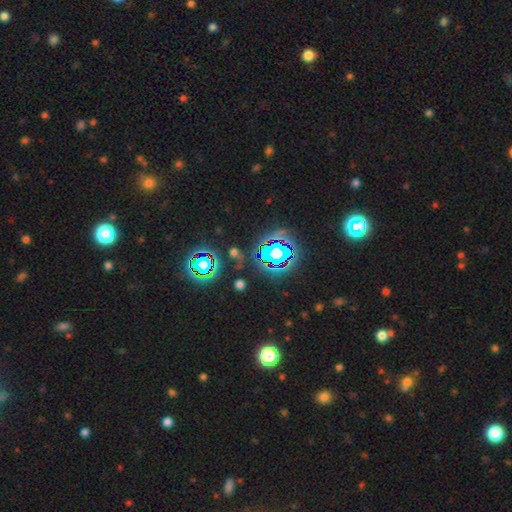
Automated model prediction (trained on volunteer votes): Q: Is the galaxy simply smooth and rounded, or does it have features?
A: star or artifact — 76%.